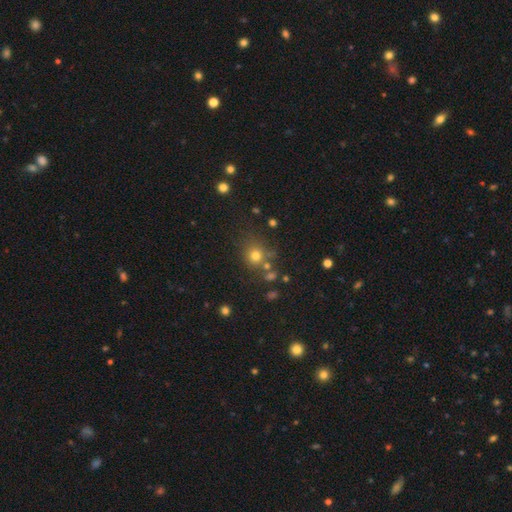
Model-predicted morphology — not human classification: smooth_or_featured: smooth (p=0.75) [alt: star or artifact p=0.17]
how_rounded: round (p=0.87) [alt: in between p=0.12]
merging: none (p=0.72) [alt: minor disturbance p=0.12]